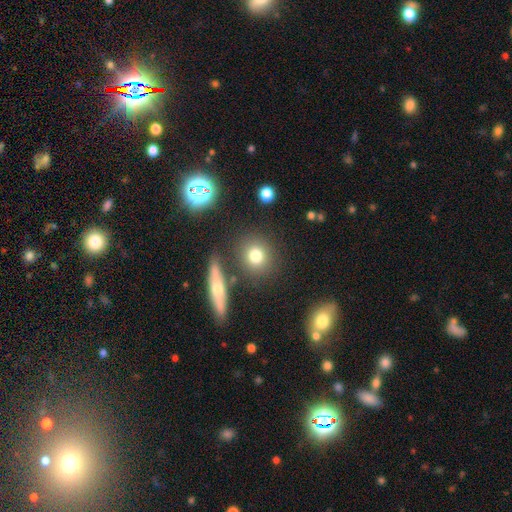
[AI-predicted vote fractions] Overall: smooth (77%). How rounded: round (82%). Merging: none (79%).